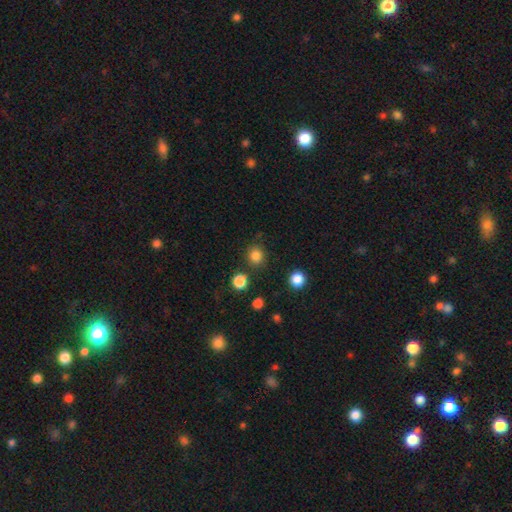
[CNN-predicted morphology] smooth-or-featured: smooth: 83% | star or artifact: 13% | featured or disk: 4%
  how-rounded: round: 83% | in between: 16% | cigar-shaped: 1%
  merging: none: 85% | minor disturbance: 8% | merger: 4% | major disturbance: 3%